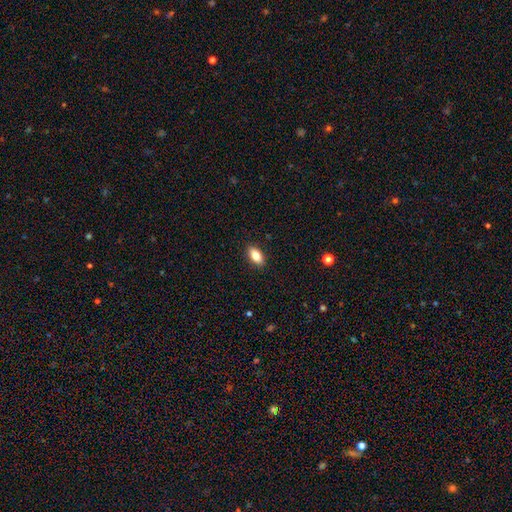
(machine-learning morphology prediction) This is clearly a smooth galaxy (82%). How rounded: clearly in between (89%). Merging: clearly none (89%).